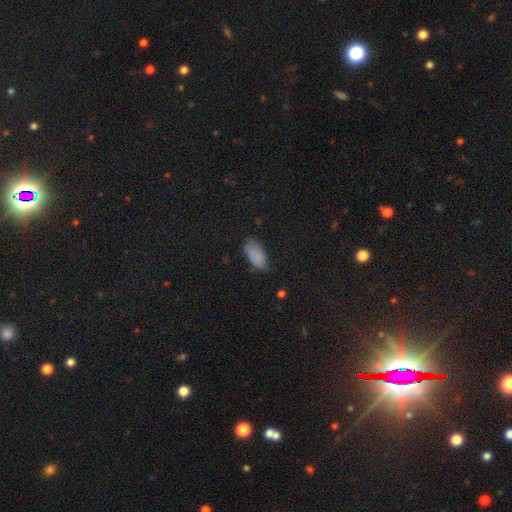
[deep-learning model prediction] A smooth galaxy with no disk features (81%) that is in between round and cigar-shaped (94%). Merging: none (62%).